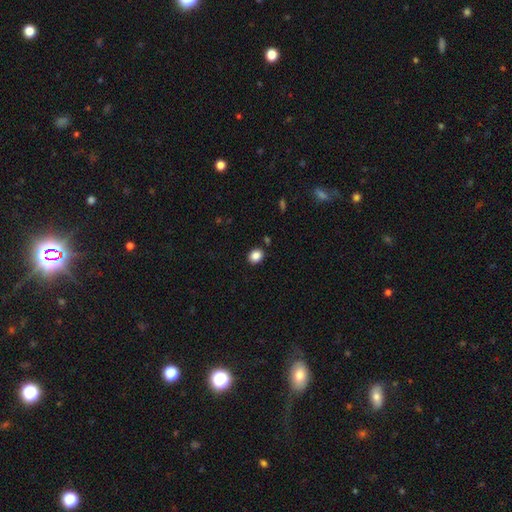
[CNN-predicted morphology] Overall: smooth (86%). How rounded: round (63%; in between 36%). Merging: none (88%).